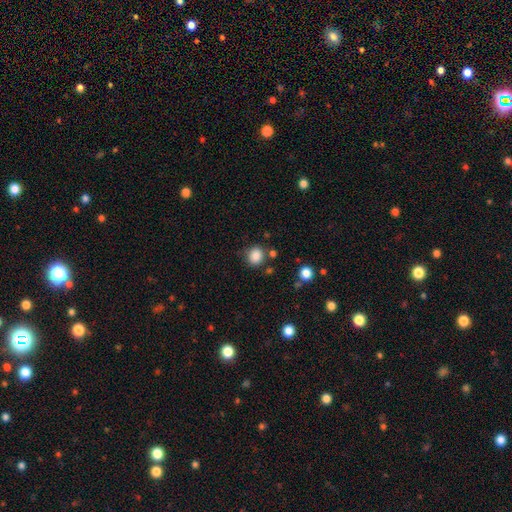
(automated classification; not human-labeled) Smooth or featured? Predicted: smooth (p=0.86). How rounded? Predicted: round (p=0.75). Merging? Predicted: none (p=0.77).